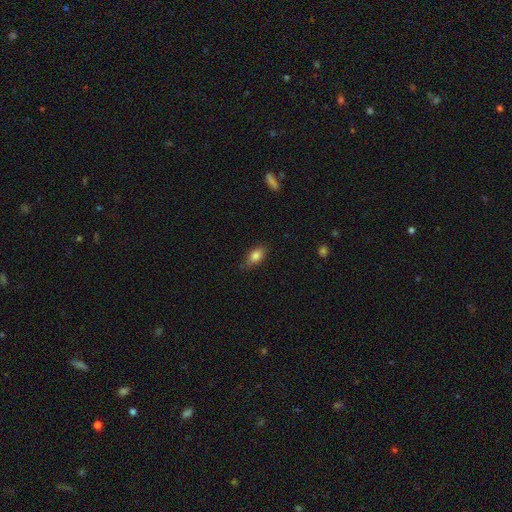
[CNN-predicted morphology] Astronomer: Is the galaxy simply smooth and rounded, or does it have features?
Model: smooth — 83%.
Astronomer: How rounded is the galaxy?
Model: in between — 87%.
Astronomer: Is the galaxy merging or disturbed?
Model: none — 75%.